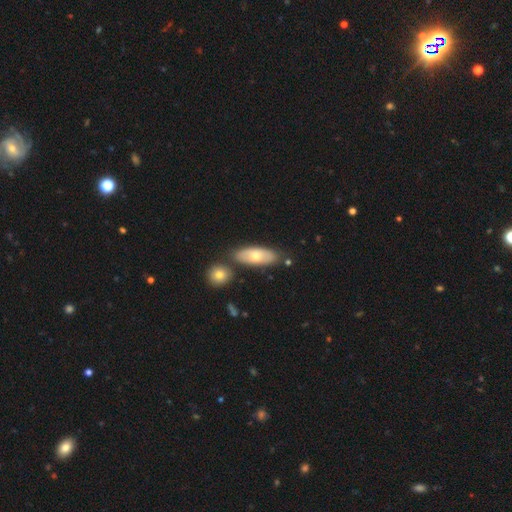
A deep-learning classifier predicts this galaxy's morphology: type=smooth (63%); roundness=in between (74%); merging=none (72%).